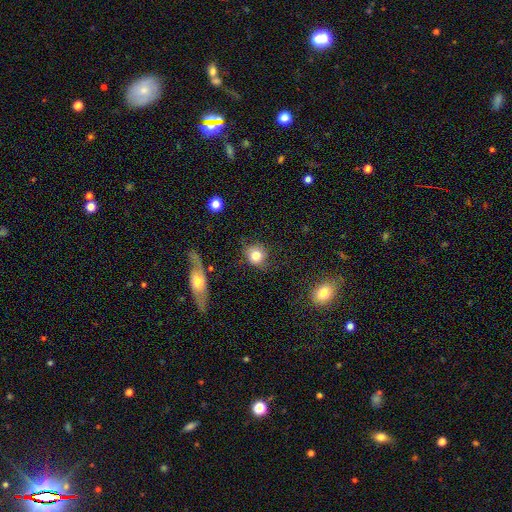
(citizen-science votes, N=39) Morphology: type=smooth (77%); roundness=round (90%); merging=none (72%).